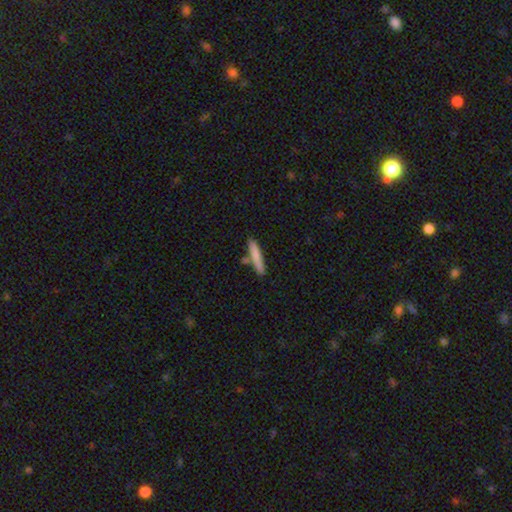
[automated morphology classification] smooth 79%, featured or disk 15%, star or artifact 6%. Down the decision tree: how rounded — cigar-shaped (91%); merging — none (76%).